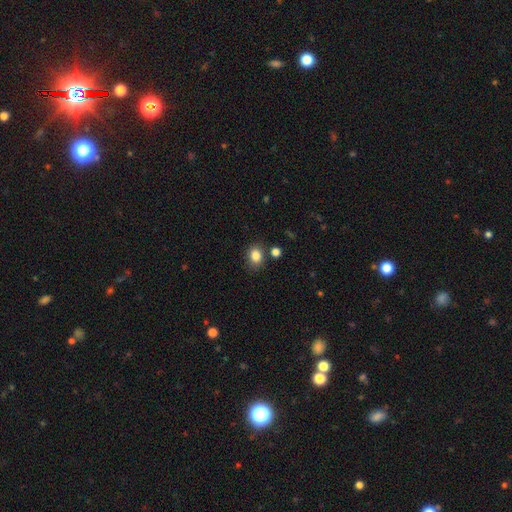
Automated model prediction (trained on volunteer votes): smooth_or_featured: smooth (p=0.85) [alt: star or artifact p=0.10]
how_rounded: in between (p=0.52) [alt: round p=0.47]
merging: none (p=0.79) [alt: minor disturbance p=0.12]